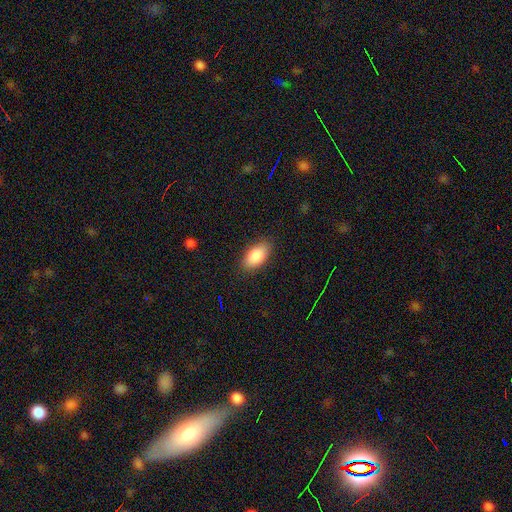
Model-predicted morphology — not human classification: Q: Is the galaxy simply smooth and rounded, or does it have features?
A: smooth — 88%.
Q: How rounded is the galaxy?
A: in between — 93%.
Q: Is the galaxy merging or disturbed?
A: none — 86%.